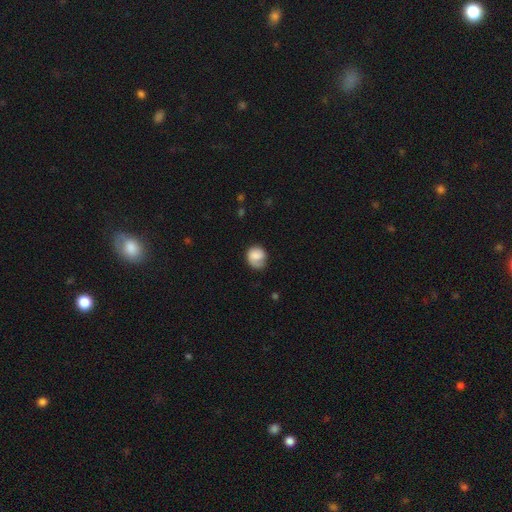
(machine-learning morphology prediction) A smooth galaxy with no disk features (71%) that is round (71%).

Vote fractions:
- Smooth or featured? smooth: 71% / featured or disk: 22% / star or artifact: 7%
- How rounded? round: 71% / in between: 28% / cigar-shaped: 1%
- Merging? none: 50% / minor disturbance: 30% / major disturbance: 18% / merger: 2%